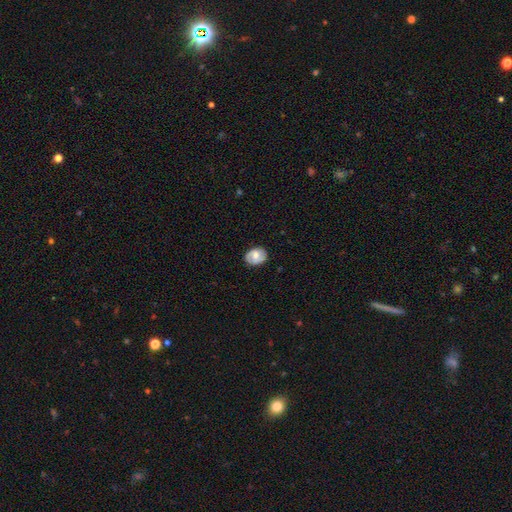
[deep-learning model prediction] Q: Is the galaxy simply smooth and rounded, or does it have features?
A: smooth — 57%.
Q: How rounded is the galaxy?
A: in between — 62%.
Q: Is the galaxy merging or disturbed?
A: none — 82%.